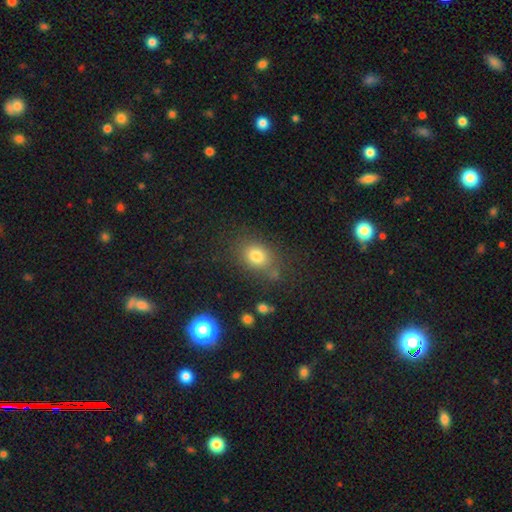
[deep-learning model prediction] Smooth or featured? smooth (78%)
How rounded? in between (56%)
Merging? none (70%)